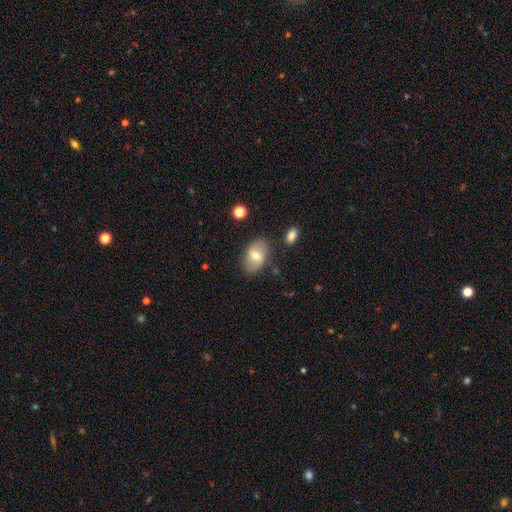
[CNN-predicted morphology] This is likely a smooth galaxy (64%). How rounded: clearly in between (87%). Merging: clearly none (81%).